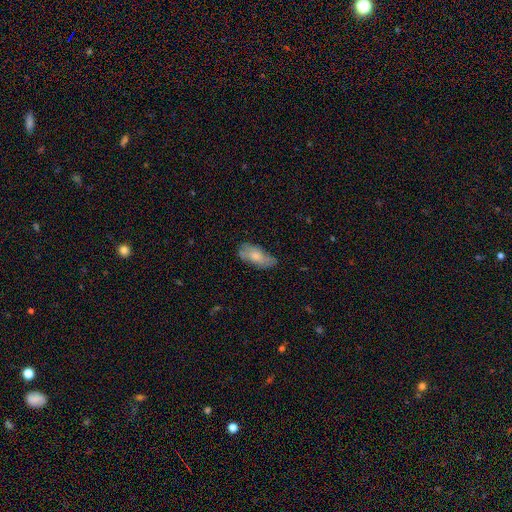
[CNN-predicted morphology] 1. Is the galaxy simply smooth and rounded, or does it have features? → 67% smooth, 26% featured or disk, 7% star or artifact.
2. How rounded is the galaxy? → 87% in between, 10% cigar-shaped, 3% round.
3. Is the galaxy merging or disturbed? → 57% none, 31% minor disturbance, 10% major disturbance, 2% merger.